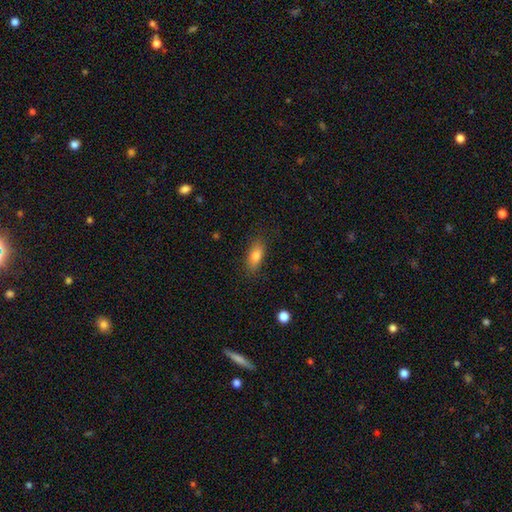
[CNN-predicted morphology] This is likely a smooth galaxy (80%). How rounded: clearly in between (83%). Merging: clearly none (83%).